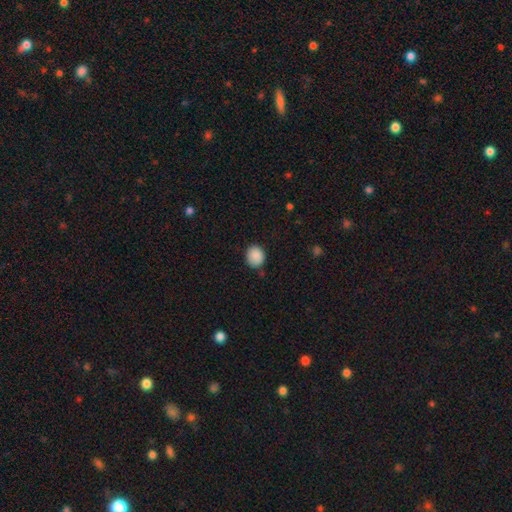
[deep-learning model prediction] Q: Smooth or featured?
A: smooth (89%); runner-up: star or artifact (8%)
Q: How rounded?
A: round (71%); runner-up: in between (28%)
Q: Merging?
A: none (81%); runner-up: minor disturbance (14%)